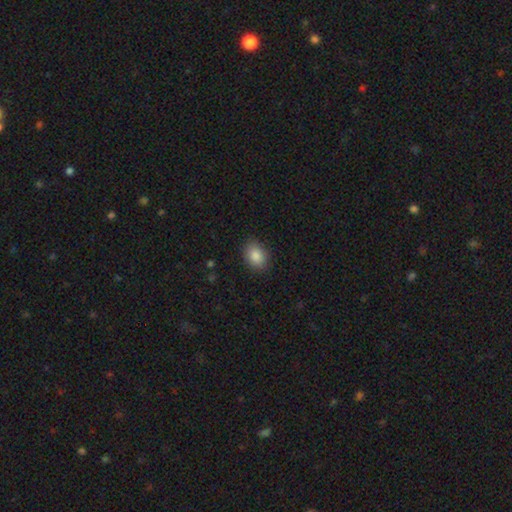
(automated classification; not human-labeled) smooth_or_featured: smooth (p=0.87) [alt: star or artifact p=0.08]
how_rounded: in between (p=0.69) [alt: round p=0.30]
merging: none (p=0.86) [alt: minor disturbance p=0.10]